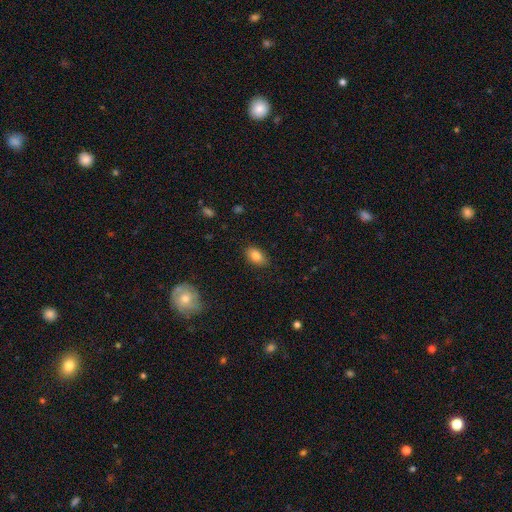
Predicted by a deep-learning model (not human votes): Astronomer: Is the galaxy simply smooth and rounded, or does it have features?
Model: smooth — 84%.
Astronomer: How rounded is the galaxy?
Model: in between — 90%.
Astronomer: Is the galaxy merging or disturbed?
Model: none — 85%.